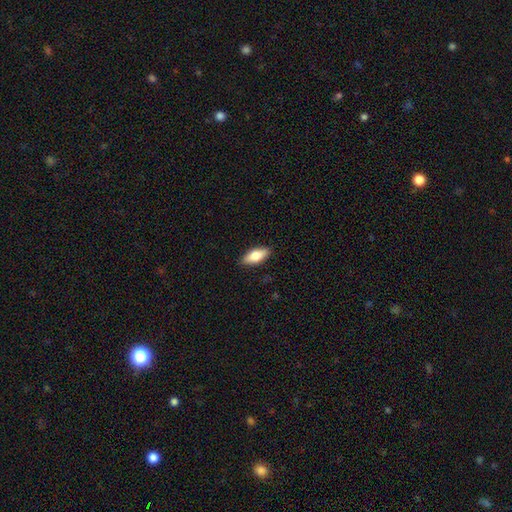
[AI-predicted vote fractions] Smooth or featured? smooth (73%)
How rounded? in between (78%)
Merging? none (88%)